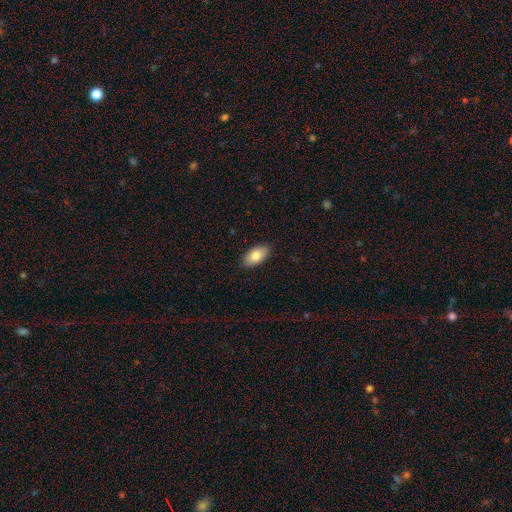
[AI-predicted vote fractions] Morphology: type=smooth (81%); roundness=in between (94%); merging=none (88%).